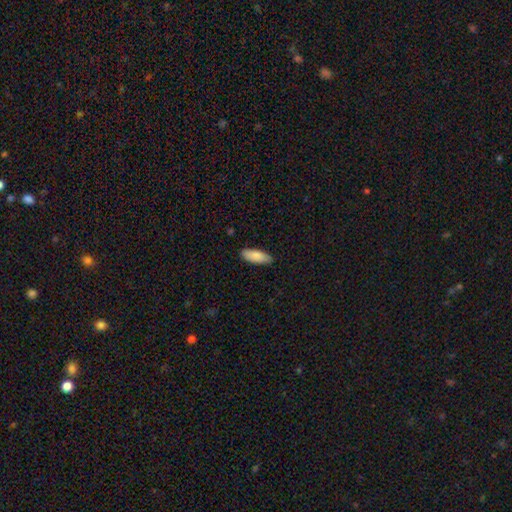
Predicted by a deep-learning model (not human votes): Smooth or featured? smooth (87%)
How rounded? in between (71%)
Merging? none (85%)